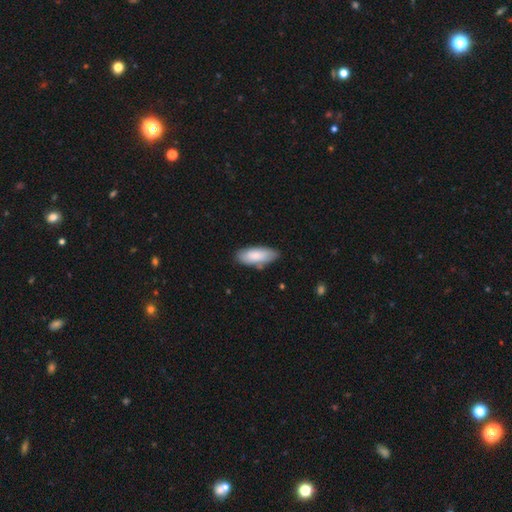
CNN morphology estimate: The model was most divided on "how rounded": in between: 79%, cigar-shaped: 19%, round: 2%. More confident: smooth or featured — smooth (81%); merging — none (78%).